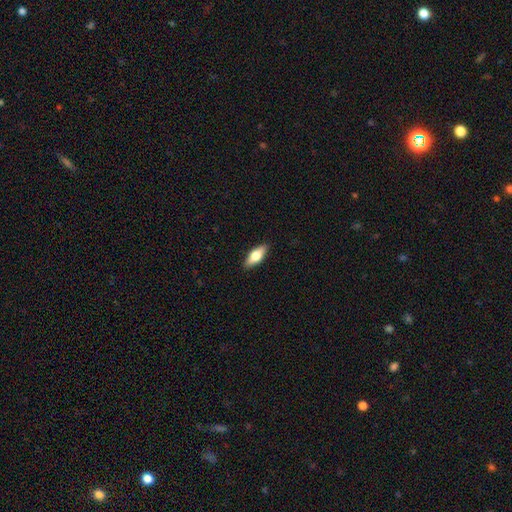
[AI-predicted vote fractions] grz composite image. It shows a smooth galaxy with no disk features (62%) that is in between round and cigar-shaped (69%). Merging: none (89%).